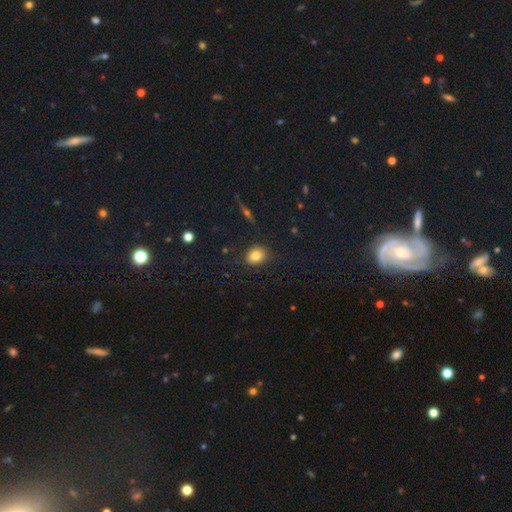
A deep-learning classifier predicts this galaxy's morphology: Smooth or featured? smooth (82%)
How rounded? round (53%)
Merging? none (86%)